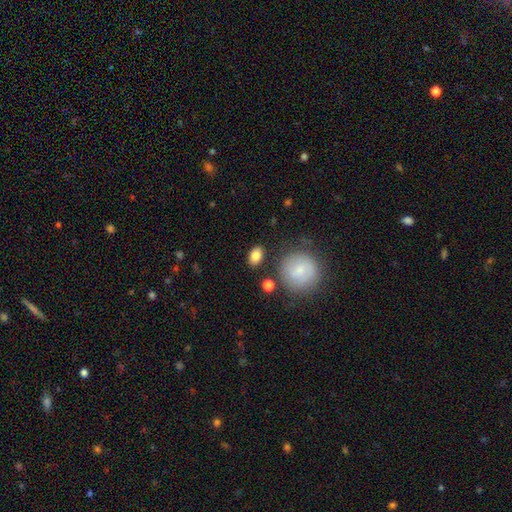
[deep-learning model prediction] The model was most divided on "how rounded": in between: 72%, round: 26%, cigar-shaped: 2%. More confident: smooth or featured — smooth (82%); merging — none (82%).